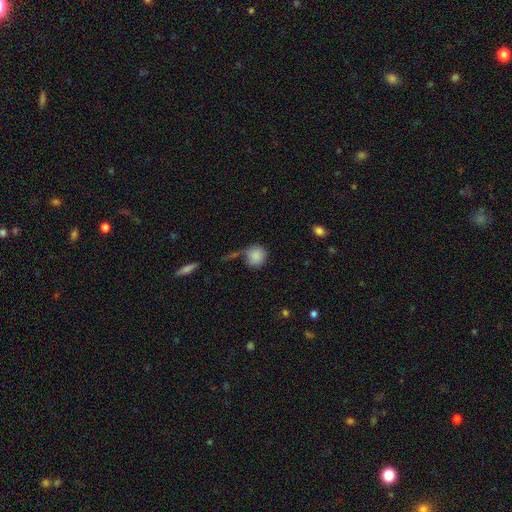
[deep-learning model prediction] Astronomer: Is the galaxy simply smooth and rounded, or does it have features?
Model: smooth — 88%.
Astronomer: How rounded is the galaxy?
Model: round — 87%.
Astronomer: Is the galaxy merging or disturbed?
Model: none — 66%.